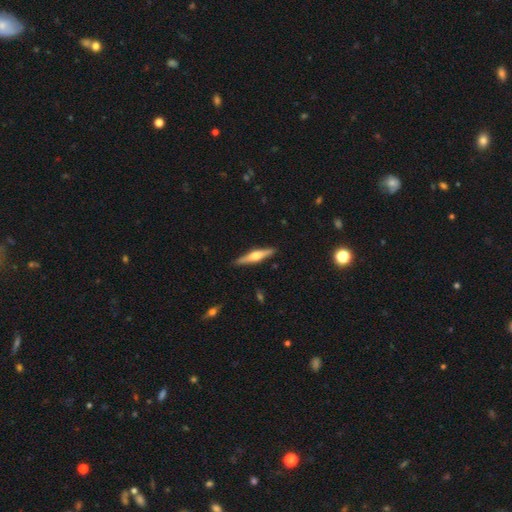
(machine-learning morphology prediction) A featured or disk galaxy (68%) viewed edge-on (97%) with a rounded central bulge (93%). Merging: none (91%).